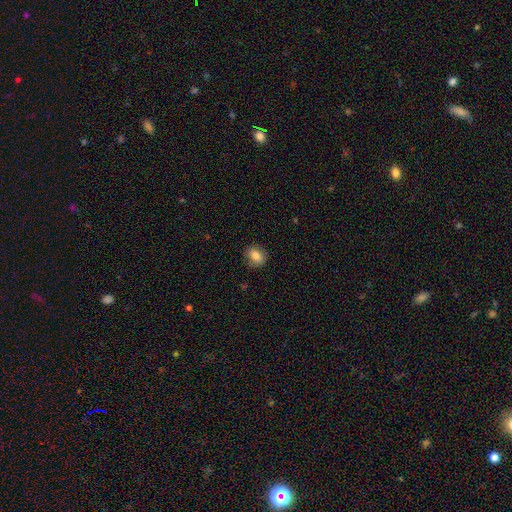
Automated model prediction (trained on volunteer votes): smooth-or-featured: smooth: 81% | featured or disk: 10% | star or artifact: 9%
  how-rounded: in between: 54% | round: 45% | cigar-shaped: 1%
  merging: none: 84% | minor disturbance: 12% | major disturbance: 3% | merger: 1%